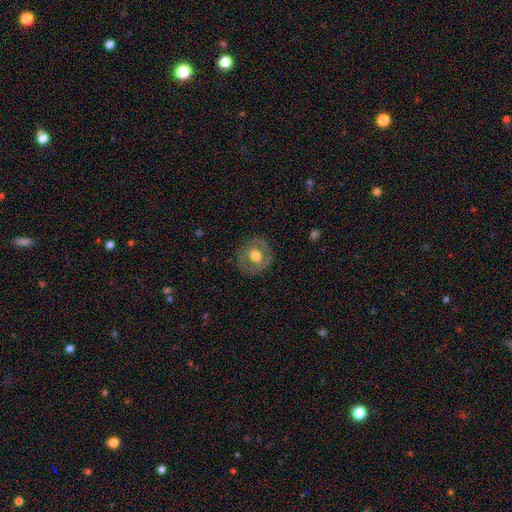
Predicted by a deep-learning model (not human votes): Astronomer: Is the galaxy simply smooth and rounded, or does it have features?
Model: smooth — 51% (runner-up: featured or disk, 41%).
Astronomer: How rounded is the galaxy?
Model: round — 85%.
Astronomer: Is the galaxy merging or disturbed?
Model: none — 81%.